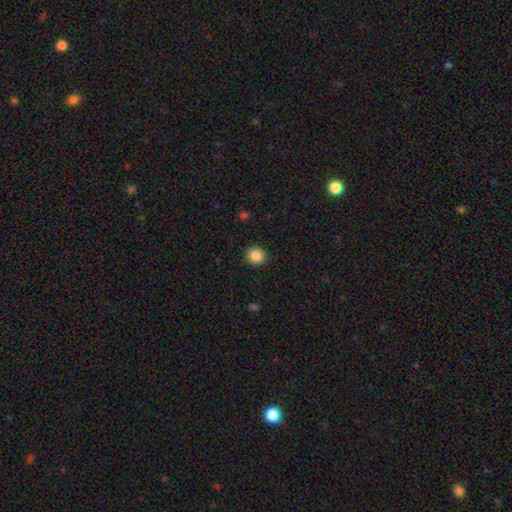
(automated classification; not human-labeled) smooth 86%, star or artifact 10%, featured or disk 4%. Down the decision tree: how rounded — round (87%); merging — none (91%).